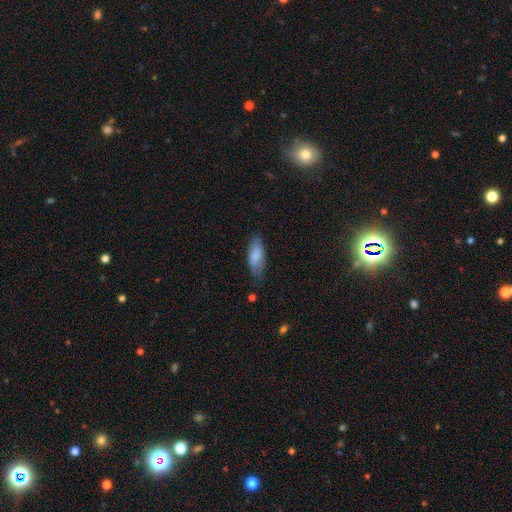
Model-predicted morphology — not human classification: A smooth galaxy with no disk features (81%) that is in between round and cigar-shaped (74%). Merging: none (71%).